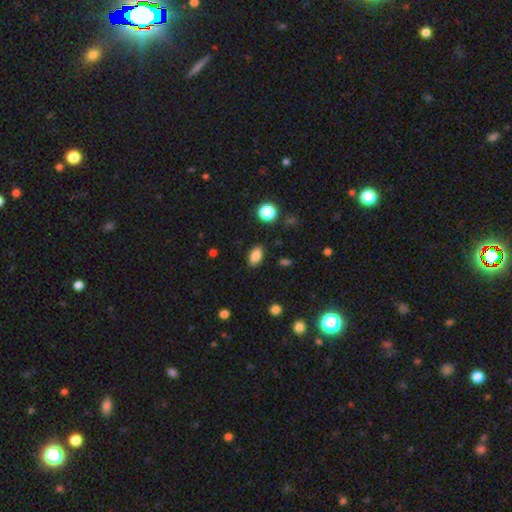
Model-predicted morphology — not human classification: smooth_or_featured: smooth (p=0.85) [alt: star or artifact p=0.10]
how_rounded: in between (p=0.88) [alt: round p=0.08]
merging: none (p=0.87) [alt: minor disturbance p=0.09]